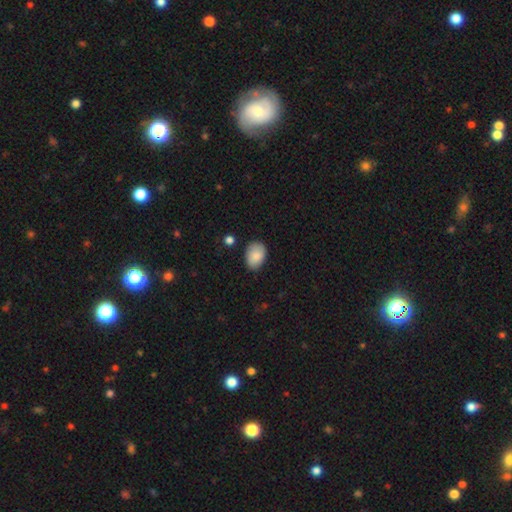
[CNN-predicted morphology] Overall: smooth (87%). How rounded: in between (81%). Merging: none (79%).